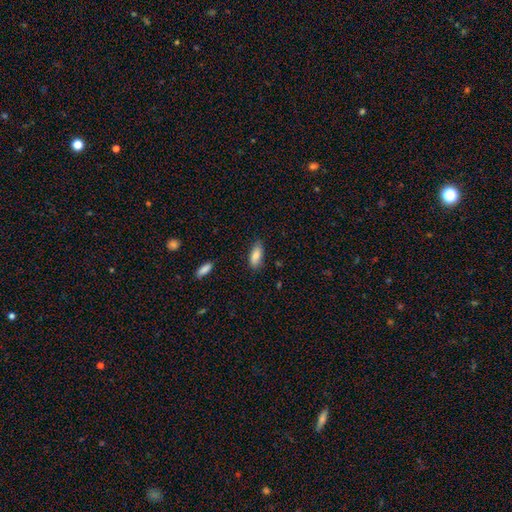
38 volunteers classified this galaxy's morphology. A smooth galaxy with no disk features (84%) that is in between round and cigar-shaped (88%). Merging: none (83%).